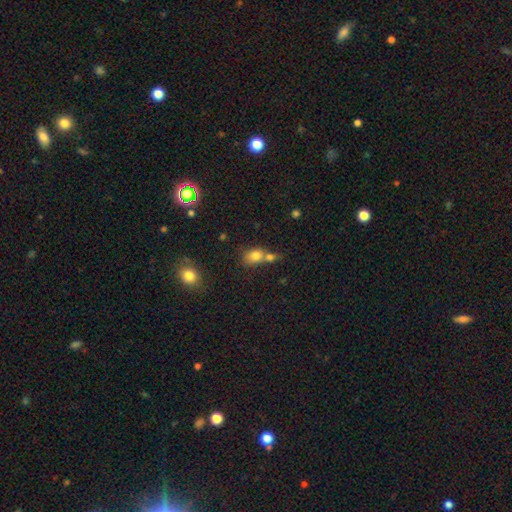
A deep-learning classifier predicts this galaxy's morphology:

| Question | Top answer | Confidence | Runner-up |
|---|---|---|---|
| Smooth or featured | smooth | 78% | featured or disk (11%) |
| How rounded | in between | 59% | round (39%) |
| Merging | merger | 54% | none (31%) |